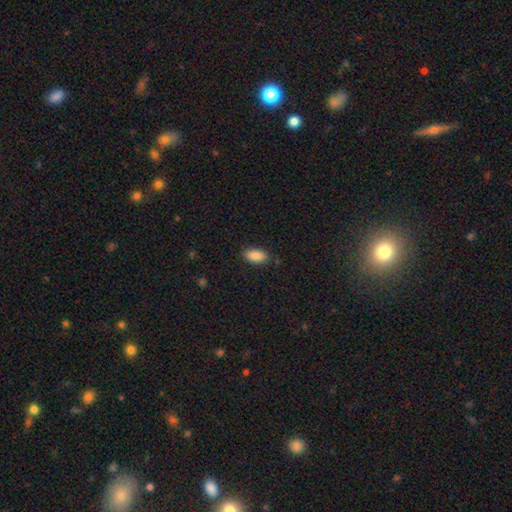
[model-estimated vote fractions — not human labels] The model was most divided on "merging": none: 86%, minor disturbance: 11%, major disturbance: 2%, merger: 1%. More confident: how rounded — in between (91%); smooth or featured — smooth (88%).